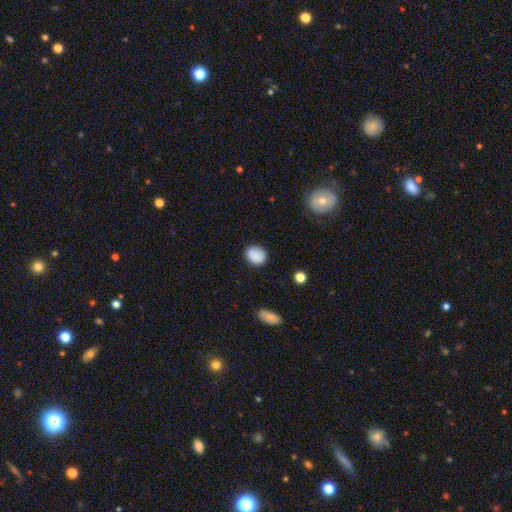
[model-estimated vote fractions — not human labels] smooth-or-featured: smooth: 88% | star or artifact: 9% | featured or disk: 4%
  how-rounded: in between: 51% | round: 48% | cigar-shaped: 1%
  merging: none: 84% | minor disturbance: 12% | major disturbance: 3% | merger: 1%